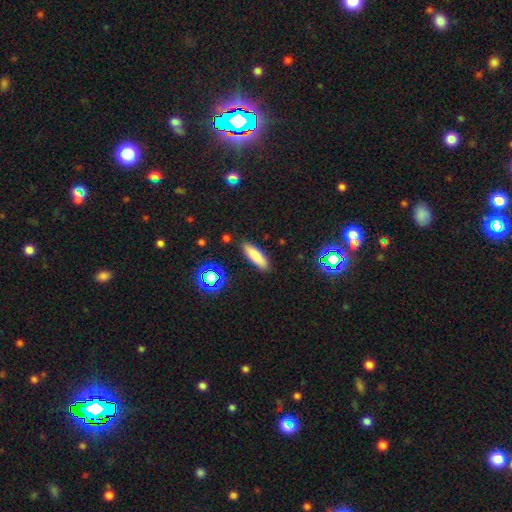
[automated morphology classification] This appears to be a smooth galaxy with no disk features (80%) that is in between round and cigar-shaped (50%). Merging: none (87%).